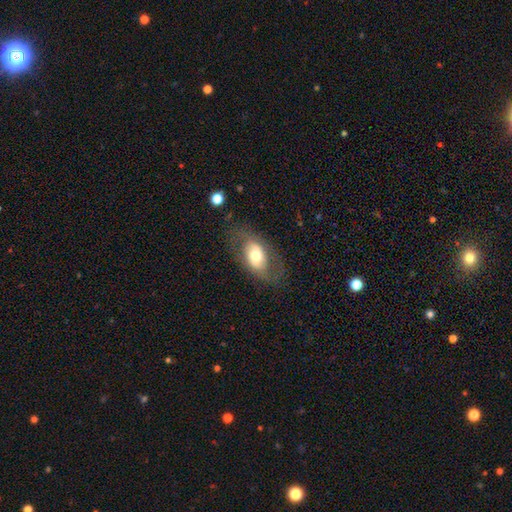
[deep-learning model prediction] A smooth galaxy with no disk features (49%). Merging: none (71%).